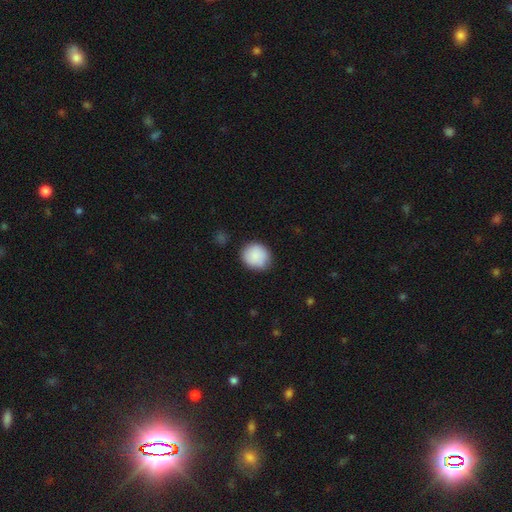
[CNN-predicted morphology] A smooth galaxy with no disk features (88%) that is round (80%).

Vote fractions:
- Smooth or featured? smooth: 88% / star or artifact: 7% / featured or disk: 5%
- How rounded? round: 80% / in between: 19% / cigar-shaped: 1%
- Merging? none: 80% / minor disturbance: 15% / major disturbance: 3% / merger: 2%